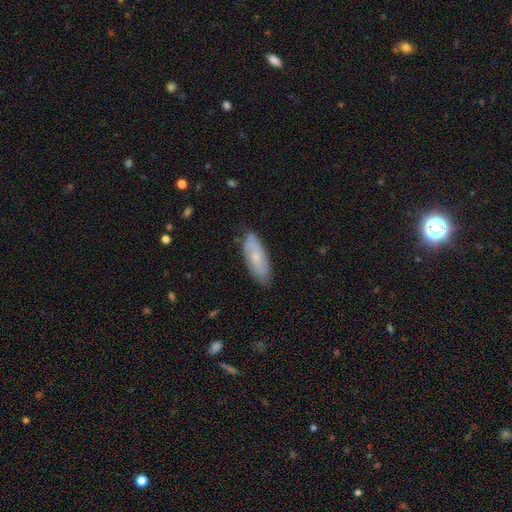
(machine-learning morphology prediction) This is possibly a smooth galaxy (51%). How rounded: likely in between (70%). Merging: likely none (76%).